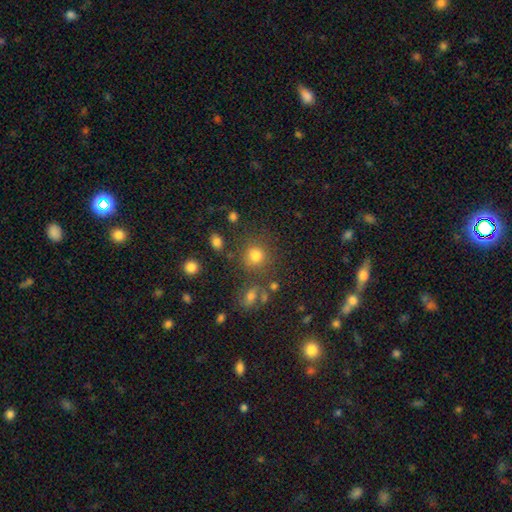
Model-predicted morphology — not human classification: smooth 76%, star or artifact 15%, featured or disk 9%. Down the decision tree: how rounded — round (83%); merging — none (69%).